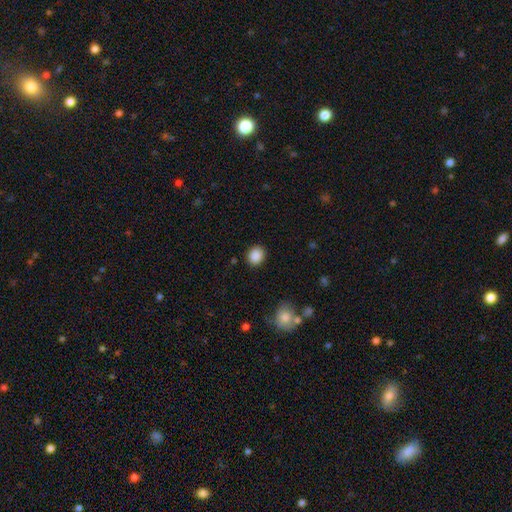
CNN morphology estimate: Smooth or featured: smooth — 88% (star or artifact — 9%)
How rounded: round — 71% (in between — 28%)
Merging: none — 88% (minor disturbance — 8%)